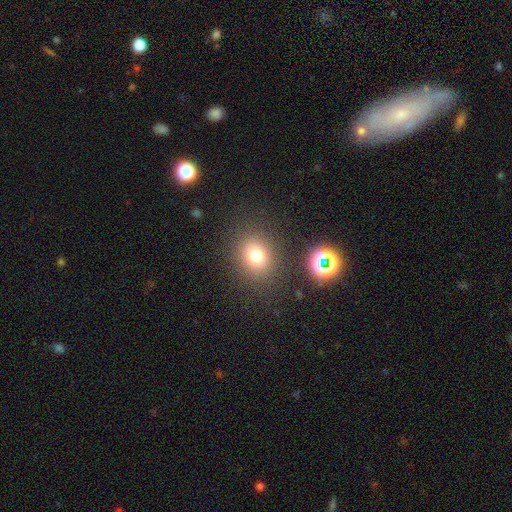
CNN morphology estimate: Smooth or featured? smooth (74%)
How rounded? round (65%)
Merging? none (84%)